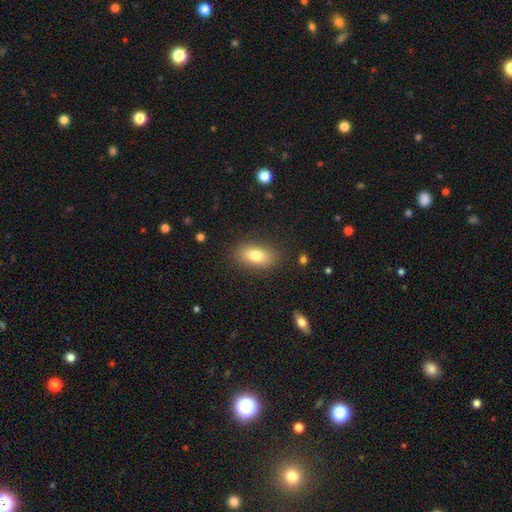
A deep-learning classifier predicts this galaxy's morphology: The model was most divided on "smooth or featured": smooth: 80%, featured or disk: 13%, star or artifact: 8%. More confident: how rounded — in between (87%); merging — none (85%).